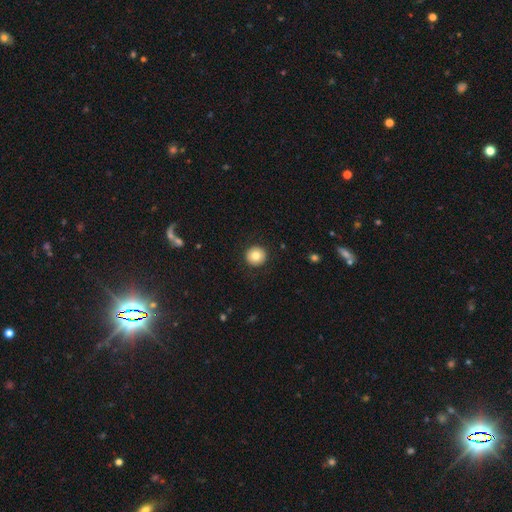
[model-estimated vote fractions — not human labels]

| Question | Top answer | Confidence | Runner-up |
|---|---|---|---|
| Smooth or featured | smooth | 82% | featured or disk (9%) |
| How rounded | round | 95% | in between (4%) |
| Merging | none | 92% | minor disturbance (5%) |